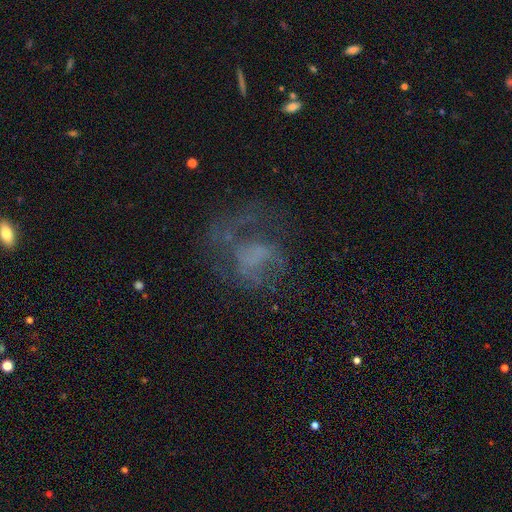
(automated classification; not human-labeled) Smooth or featured? Predicted: featured or disk (p=0.57). Edge-on disk? Predicted: no (p=0.98). Bar? Predicted: no (p=0.76). Spiral arms? Predicted: yes (p=0.50, tied with no). Bulge size? Predicted: none (p=0.67). Merging? Predicted: none (p=0.43).